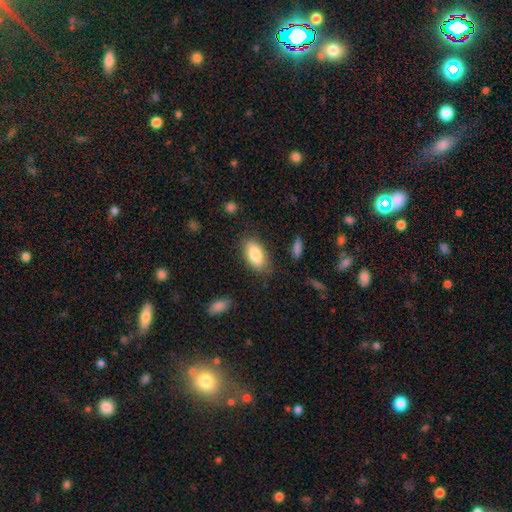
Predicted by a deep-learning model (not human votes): Overall: smooth (83%). How rounded: in between (90%). Merging: none (81%).